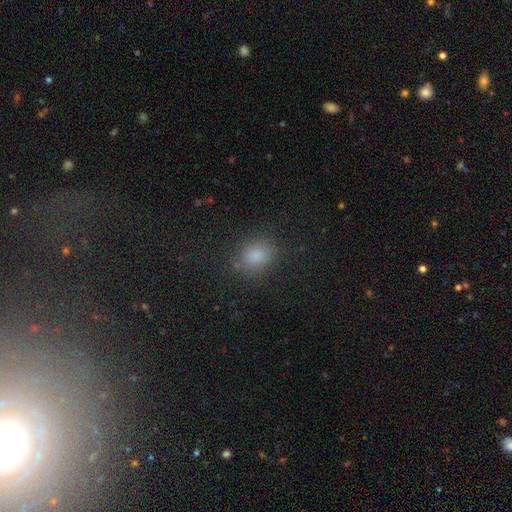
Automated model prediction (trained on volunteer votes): The model was most divided on "how rounded": round: 60%, in between: 38%, cigar-shaped: 1%. More confident: smooth or featured — smooth (82%); merging — none (82%).